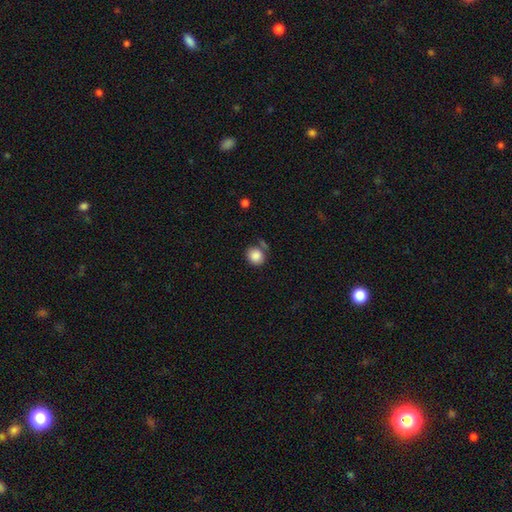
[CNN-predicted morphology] Smooth or featured?
  - smooth: 86% *
  - star or artifact: 9%
  - featured or disk: 5%
How rounded?
  - round: 78% *
  - in between: 21%
  - cigar-shaped: 1%
Merging?
  - none: 65% *
  - minor disturbance: 16%
  - merger: 13%
  - major disturbance: 6%